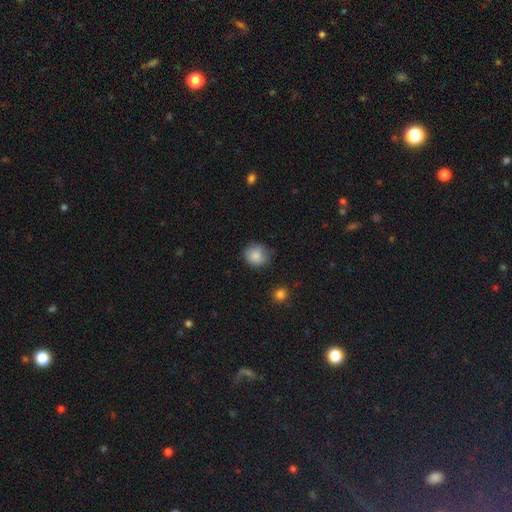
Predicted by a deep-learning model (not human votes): smooth_or_featured: smooth (p=0.84) [alt: star or artifact p=0.09]
how_rounded: round (p=0.81) [alt: in between p=0.19]
merging: none (p=0.70) [alt: minor disturbance p=0.23]